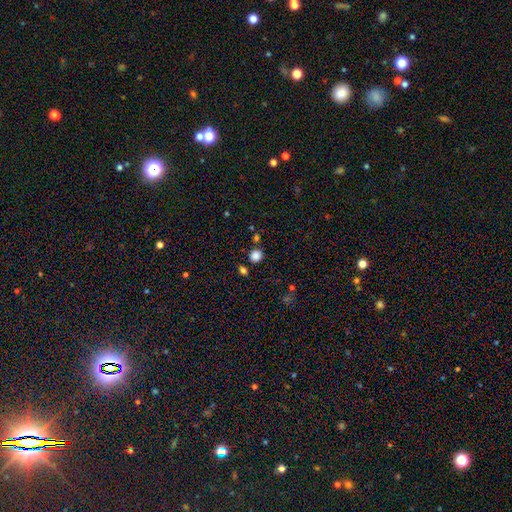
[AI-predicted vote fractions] A smooth galaxy with no disk features (83%) that is round (85%). Merging: none (82%).